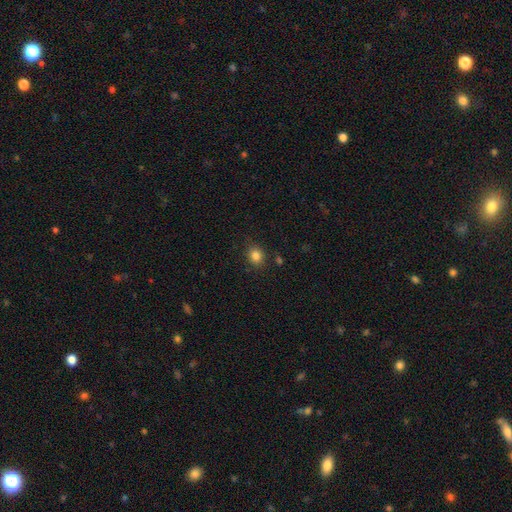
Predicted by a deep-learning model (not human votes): smooth 83%, star or artifact 12%, featured or disk 5%. Down the decision tree: how rounded — round (63%); merging — none (84%).